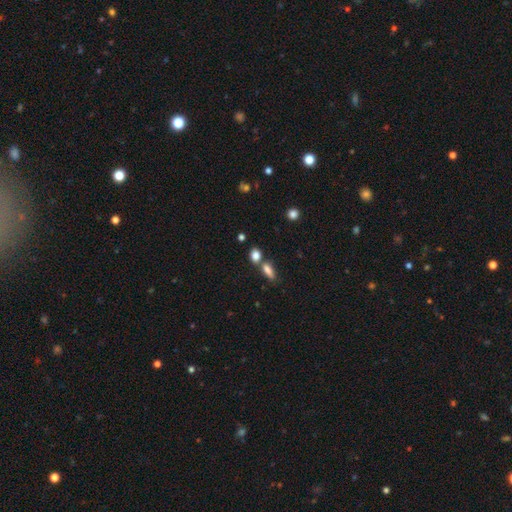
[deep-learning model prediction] This is clearly a smooth galaxy (82%). How rounded: possibly in between (60%). Merging: possibly none (50%).